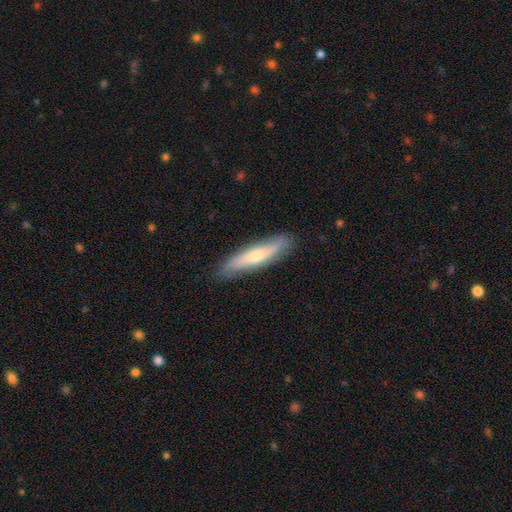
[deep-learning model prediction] Smooth or featured: smooth — 53% (featured or disk — 41%)
How rounded: cigar-shaped — 84% (in between — 15%)
Merging: none — 83% (minor disturbance — 13%)